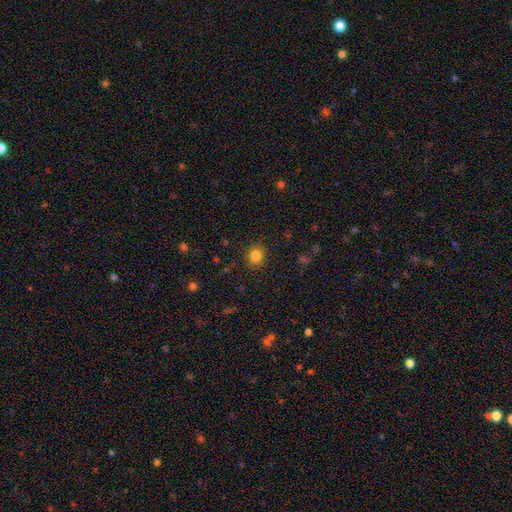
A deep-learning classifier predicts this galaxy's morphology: Overall: smooth (82%). How rounded: round (80%). Merging: none (88%).